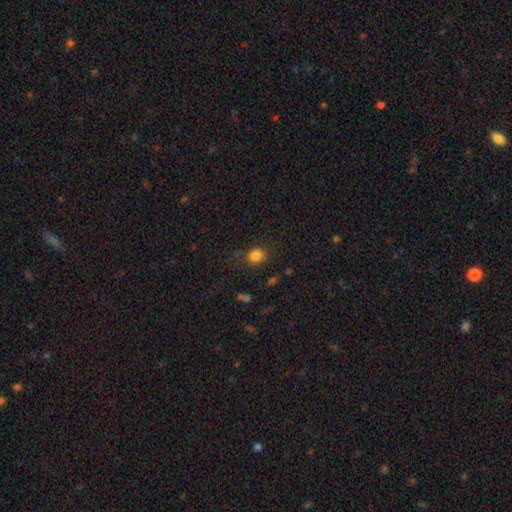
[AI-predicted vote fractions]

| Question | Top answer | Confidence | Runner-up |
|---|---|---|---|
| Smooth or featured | smooth | 82% | star or artifact (13%) |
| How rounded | round | 79% | in between (20%) |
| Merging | none | 82% | minor disturbance (12%) |